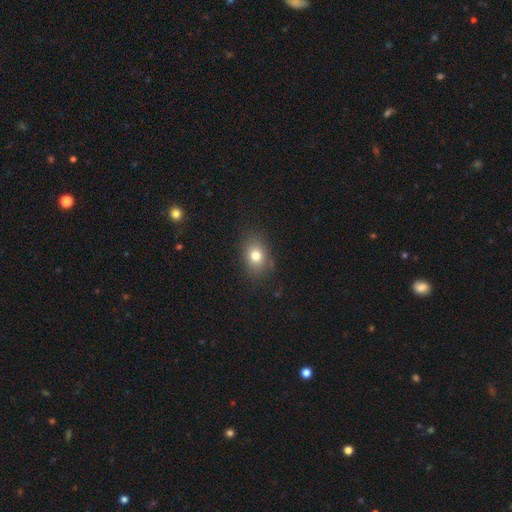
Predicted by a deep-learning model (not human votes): Smooth or featured? Predicted: smooth (p=0.76). How rounded? Predicted: in between (p=0.59). Merging? Predicted: none (p=0.84).